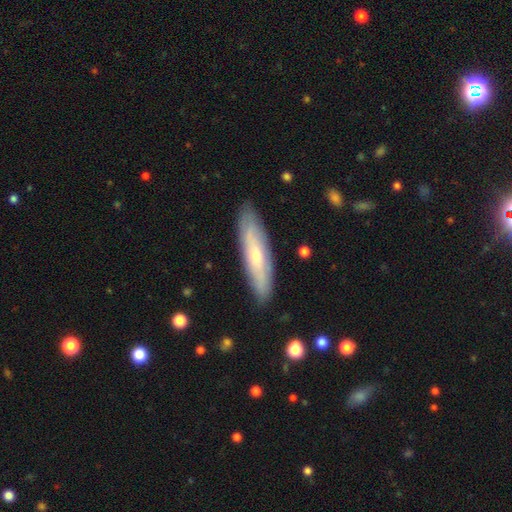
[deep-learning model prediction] smooth_or_featured: featured or disk (p=0.50) [alt: smooth p=0.44]
merging: none (p=0.87) [alt: minor disturbance p=0.10]